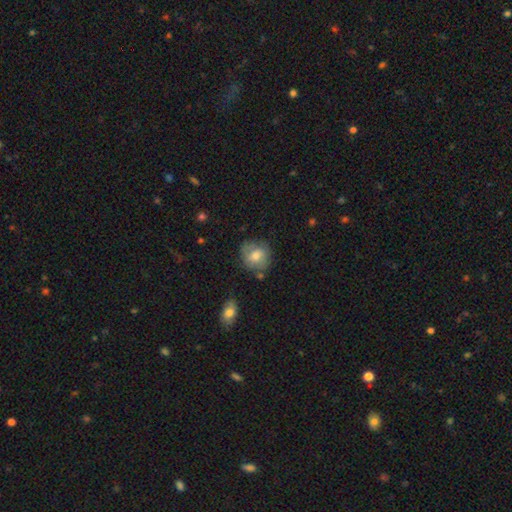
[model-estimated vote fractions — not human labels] Overall: smooth (64%; featured or disk 28%). How rounded: round (76%). Merging: none (66%).